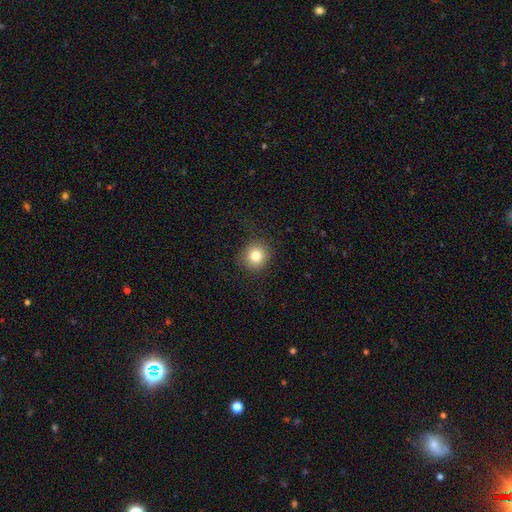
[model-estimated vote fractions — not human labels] Smooth or featured? Predicted: smooth (p=0.81). How rounded? Predicted: round (p=0.90). Merging? Predicted: none (p=0.89).